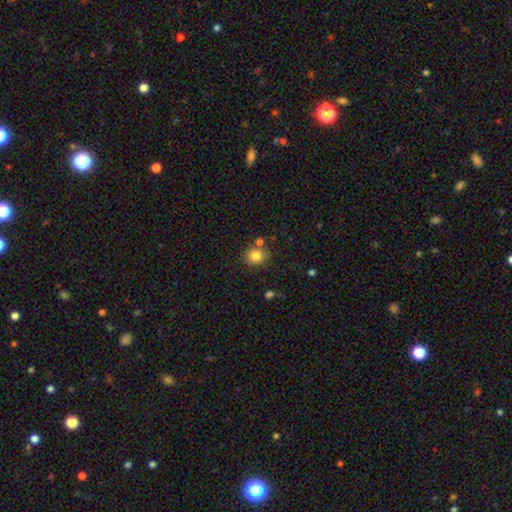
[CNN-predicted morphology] smooth-or-featured: smooth: 83% | star or artifact: 11% | featured or disk: 7%
  how-rounded: round: 71% | in between: 28% | cigar-shaped: 1%
  merging: none: 74% | minor disturbance: 12% | merger: 11% | major disturbance: 3%